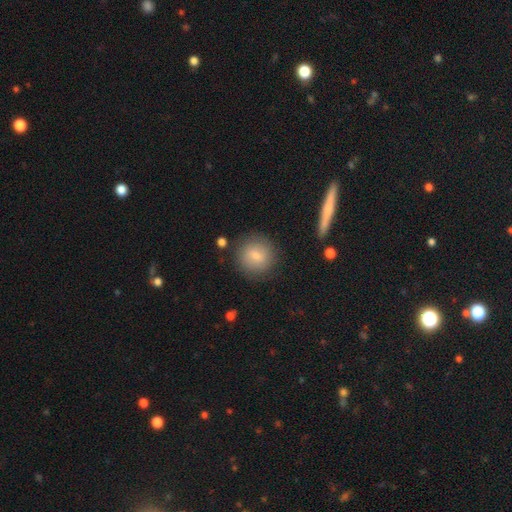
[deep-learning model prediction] Smooth or featured? smooth (78%)
How rounded? round (92%)
Merging? none (85%)